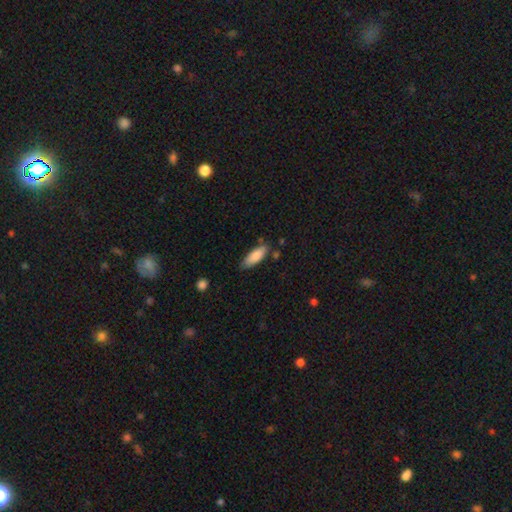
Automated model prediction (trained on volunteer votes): Overall: smooth (84%). How rounded: in between (65%; cigar-shaped 34%). Merging: none (74%).